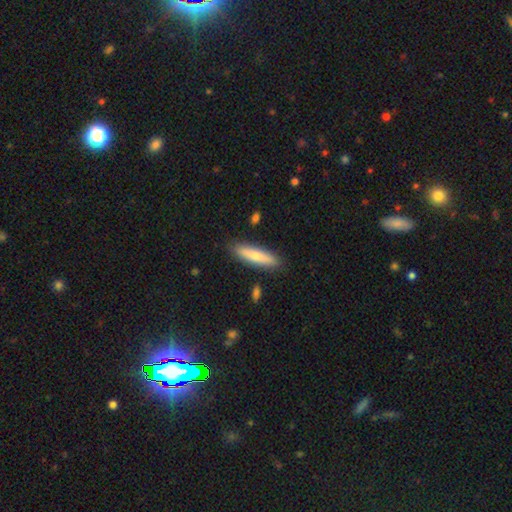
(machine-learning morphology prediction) Overall: smooth (75%). How rounded: cigar-shaped (78%). Merging: none (87%).